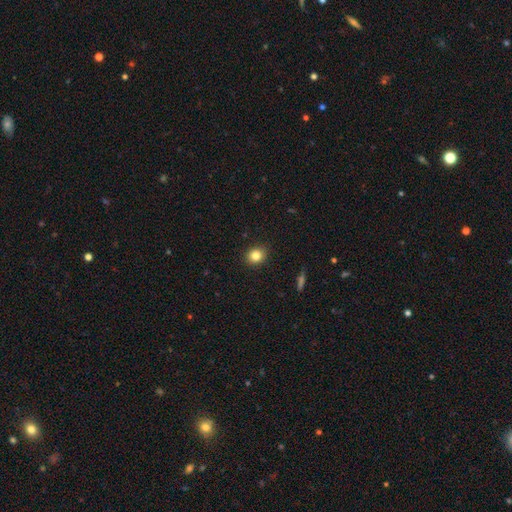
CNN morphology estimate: Q: Smooth or featured?
A: smooth (83%); runner-up: star or artifact (11%)
Q: How rounded?
A: round (74%); runner-up: in between (25%)
Q: Merging?
A: none (90%); runner-up: minor disturbance (7%)